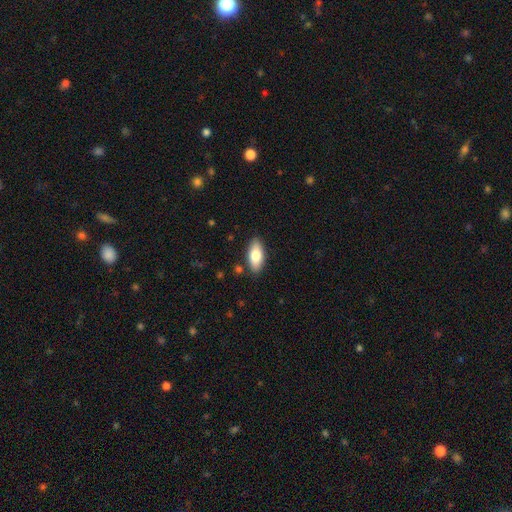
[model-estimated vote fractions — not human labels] Overall: smooth (77%). How rounded: in between (87%). Merging: none (86%).